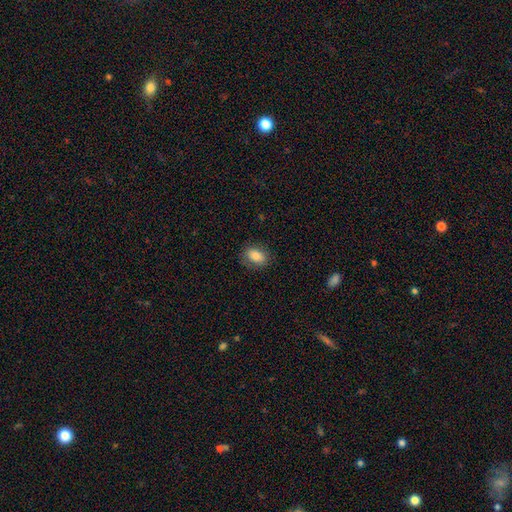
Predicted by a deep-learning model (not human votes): The model was most divided on "how rounded": in between: 79%, round: 19%, cigar-shaped: 1%. More confident: merging — none (82%); smooth or featured — smooth (82%).